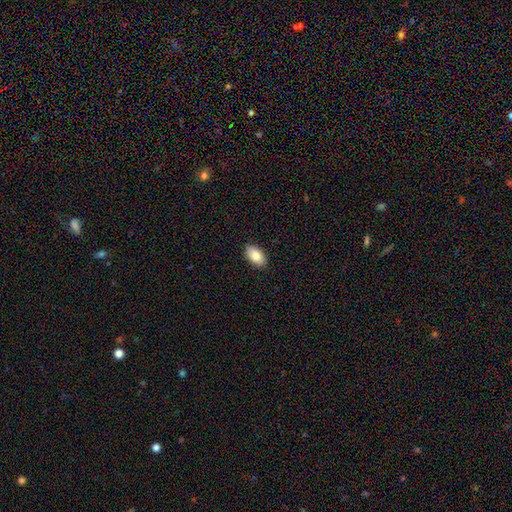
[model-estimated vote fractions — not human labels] Smooth or featured? Predicted: smooth (p=0.84). How rounded? Predicted: in between (p=0.94). Merging? Predicted: none (p=0.90).